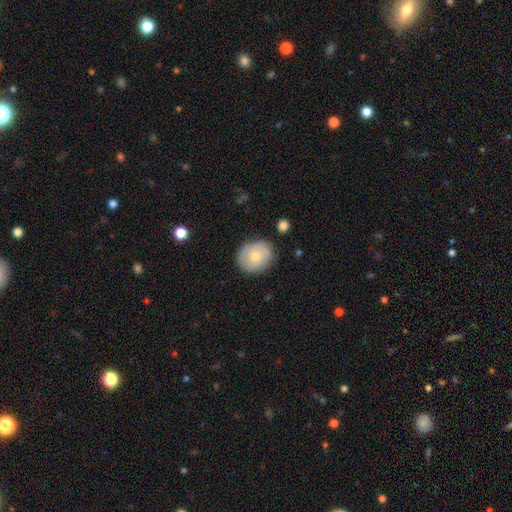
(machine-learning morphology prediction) type=smooth (65%); roundness=round (68%); merging=none (76%).